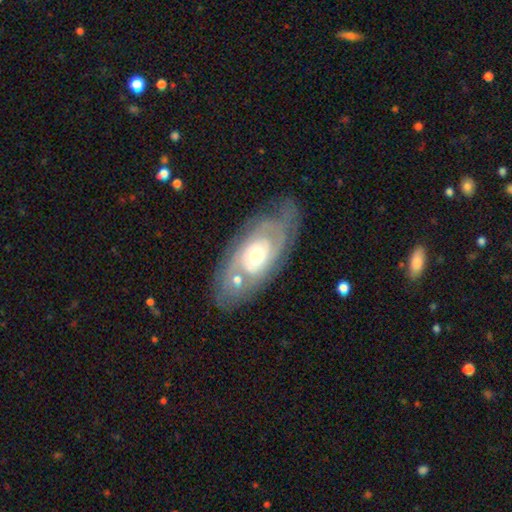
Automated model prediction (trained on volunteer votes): Q: Smooth or featured?
A: featured or disk (75%); runner-up: smooth (19%)
Q: Edge-on disk?
A: no (90%); runner-up: yes (10%)
Q: Bar?
A: no (77%); runner-up: weak (18%)
Q: Spiral arms?
A: yes (74%); runner-up: no (26%)
Q: Spiral winding?
A: tight (65%); runner-up: medium (26%)
Q: Spiral arm count?
A: can't tell (49%); runner-up: 2 (31%)
Q: Bulge size?
A: moderate (64%); runner-up: small (23%)
Q: Merging?
A: none (58%); runner-up: minor disturbance (21%)